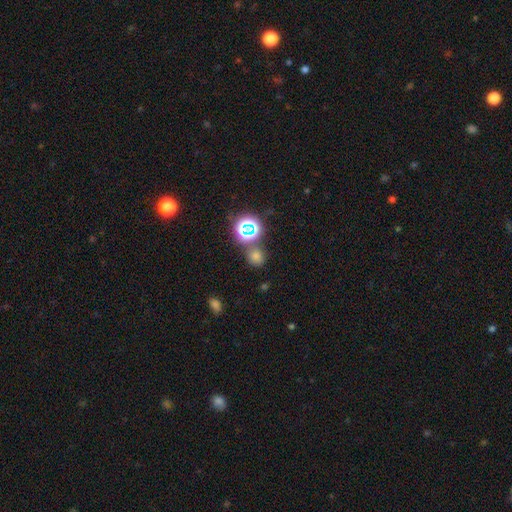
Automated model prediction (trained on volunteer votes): Q: Smooth or featured?
A: smooth (56%); runner-up: star or artifact (37%)
Q: How rounded?
A: round (86%); runner-up: in between (13%)
Q: Merging?
A: none (75%); runner-up: merger (13%)